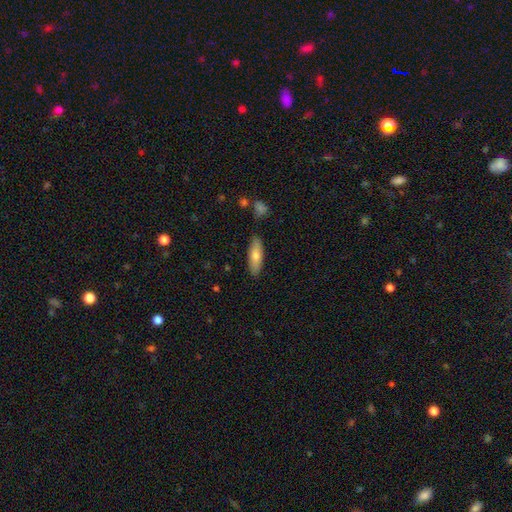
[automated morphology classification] smooth_or_featured: smooth (p=0.74) [alt: featured or disk p=0.20]
how_rounded: in between (p=0.58) [alt: cigar-shaped p=0.40]
merging: none (p=0.85) [alt: minor disturbance p=0.11]